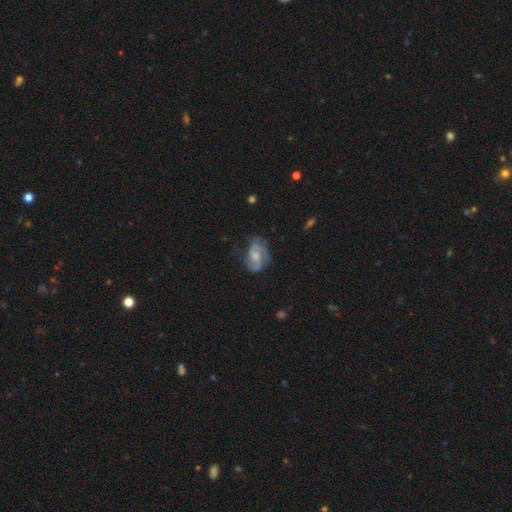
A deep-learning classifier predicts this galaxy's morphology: featured or disk 63%, smooth 29%, star or artifact 7%. Down the decision tree: edge-on disk — no (97%); bar — no (61%); spiral arms — yes (81%); bulge size — moderate (49%); merging — none (52%).